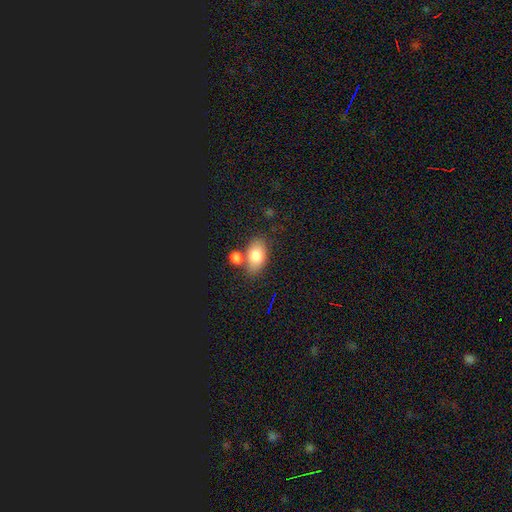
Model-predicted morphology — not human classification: Smooth or featured? smooth (80%)
How rounded? in between (87%)
Merging? none (59%)